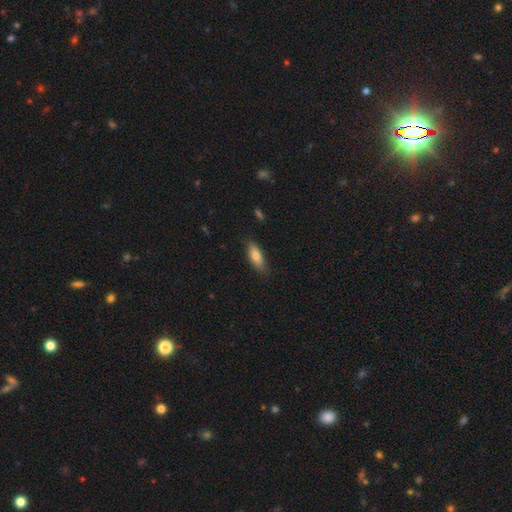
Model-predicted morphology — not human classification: Smooth or featured? Predicted: smooth (p=0.74). How rounded? Predicted: in between (p=0.62). Merging? Predicted: none (p=0.81).